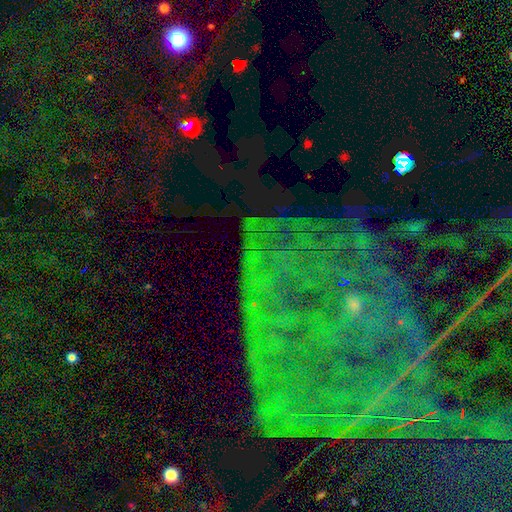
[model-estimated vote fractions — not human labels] A star or artifact, not a galaxy (63%).

Vote fractions:
- Smooth or featured? star or artifact: 63% / featured or disk: 24% / smooth: 13%